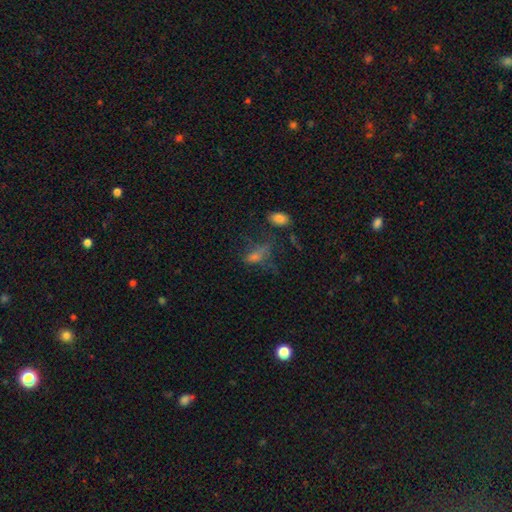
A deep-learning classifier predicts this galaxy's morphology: smooth 46%, star or artifact 30%, featured or disk 25%. Down the decision tree: merging — none (39%).